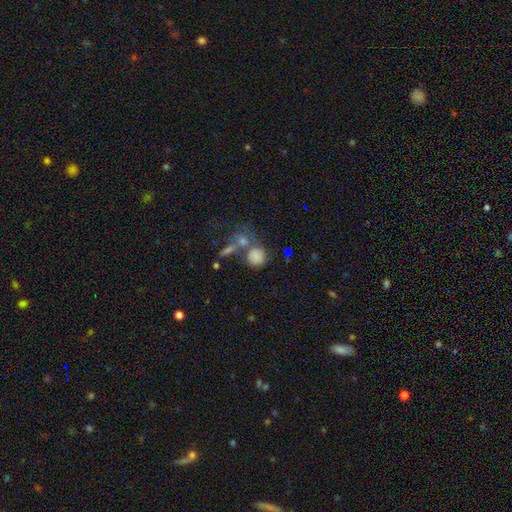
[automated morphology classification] Smooth or featured: smooth — 77% (featured or disk — 12%)
How rounded: round — 75% (in between — 23%)
Merging: none — 40% (merger — 37%)